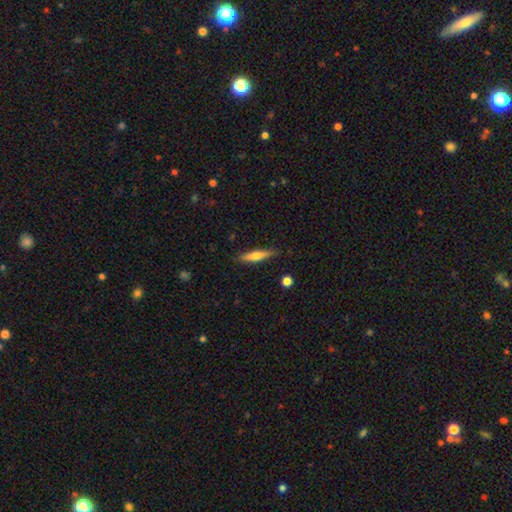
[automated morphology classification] smooth_or_featured: smooth (p=0.63) [alt: featured or disk p=0.31]
how_rounded: cigar-shaped (p=0.83) [alt: in between p=0.15]
merging: none (p=0.85) [alt: minor disturbance p=0.11]